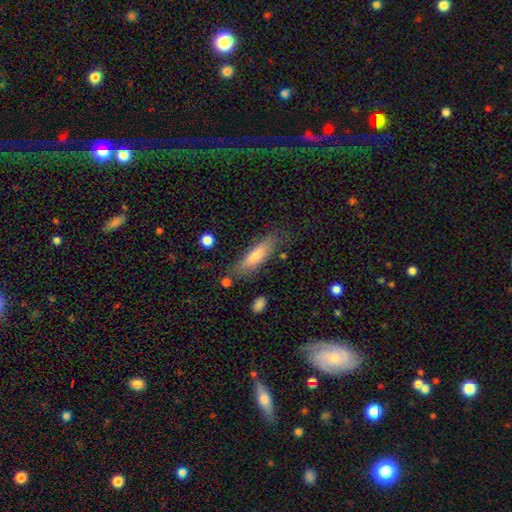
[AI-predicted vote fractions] smooth_or_featured: smooth (p=0.72) [alt: featured or disk p=0.21]
how_rounded: cigar-shaped (p=0.60) [alt: in between p=0.38]
merging: none (p=0.74) [alt: minor disturbance p=0.17]